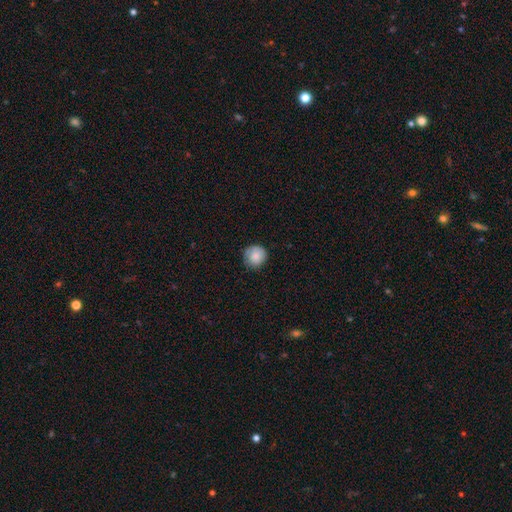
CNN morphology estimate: Overall: smooth (79%). How rounded: round (91%). Merging: none (77%).